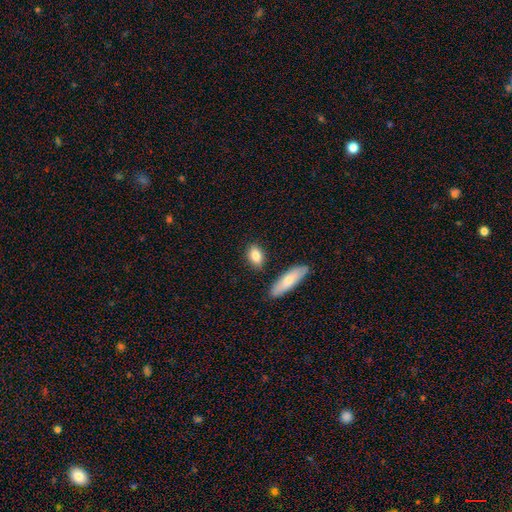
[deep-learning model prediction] This appears to be a smooth galaxy with no disk features (82%) that is in between round and cigar-shaped (80%). Merging: none (82%).